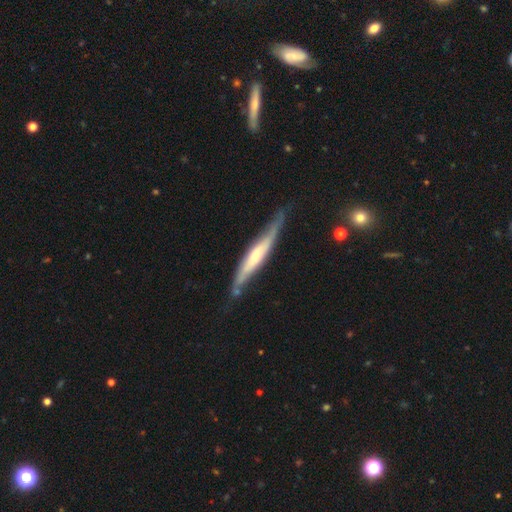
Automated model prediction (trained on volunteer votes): Smooth or featured?
  - featured or disk: 75% *
  - smooth: 20%
  - star or artifact: 6%
Edge-on disk?
  - yes: 84% *
  - no: 16%
Edge-on bulge?
  - rounded: 63% *
  - none: 25%
  - boxy: 12%
Merging?
  - none: 67% *
  - minor disturbance: 25%
  - major disturbance: 5%
  - merger: 3%